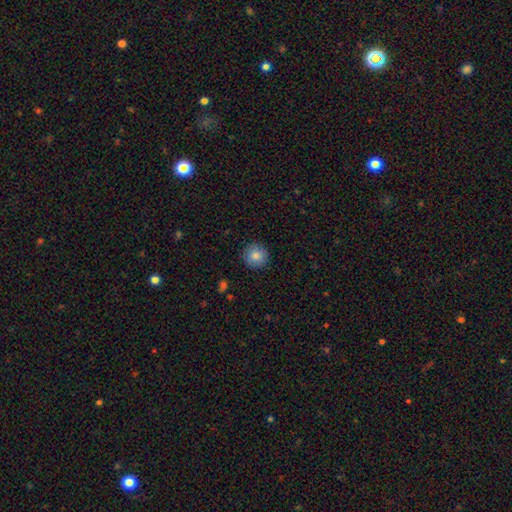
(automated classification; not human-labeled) Smooth or featured? Predicted: smooth (p=0.83). How rounded? Predicted: round (p=0.94). Merging? Predicted: none (p=0.90).